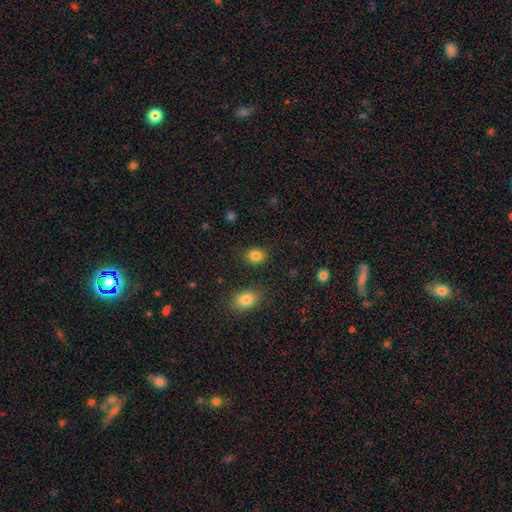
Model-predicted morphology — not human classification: smooth-or-featured: smooth: 85% | star or artifact: 10% | featured or disk: 5%
  how-rounded: in between: 51% | round: 48% | cigar-shaped: 1%
  merging: none: 85% | minor disturbance: 9% | major disturbance: 3% | merger: 3%